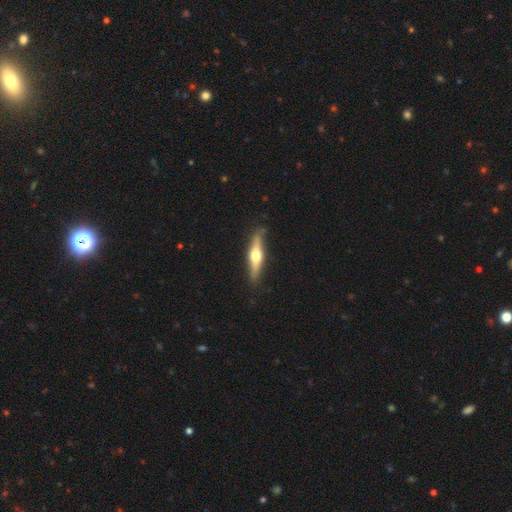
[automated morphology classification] A featured or disk galaxy (62%) viewed edge-on (95%) with a rounded central bulge (94%).

Vote fractions:
- Smooth or featured? featured or disk: 62% / smooth: 33% / star or artifact: 5%
- Edge-on disk? yes: 95% / no: 5%
- Edge-on bulge? rounded: 94% / boxy: 3% / none: 2%
- Merging? none: 86% / minor disturbance: 11% / major disturbance: 2% / merger: 1%